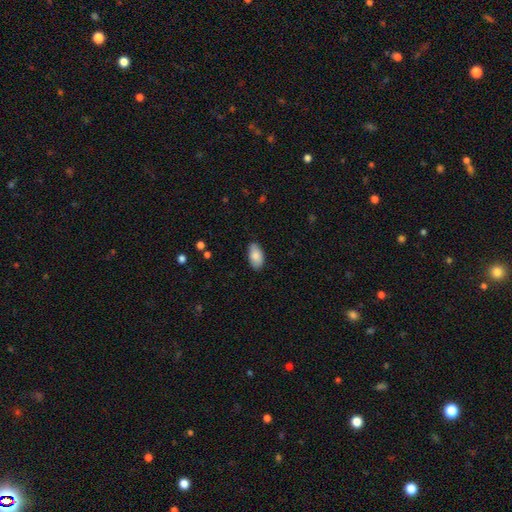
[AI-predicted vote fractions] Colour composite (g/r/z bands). It shows a smooth galaxy with no disk features (85%) that is in between round and cigar-shaped (94%). Merging: none (82%).